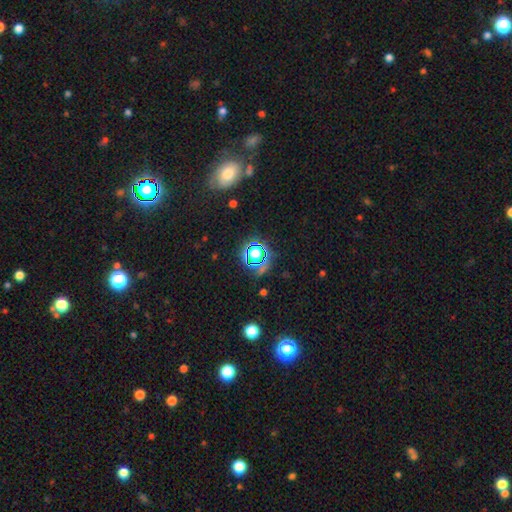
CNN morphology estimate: type=star or artifact (58%).